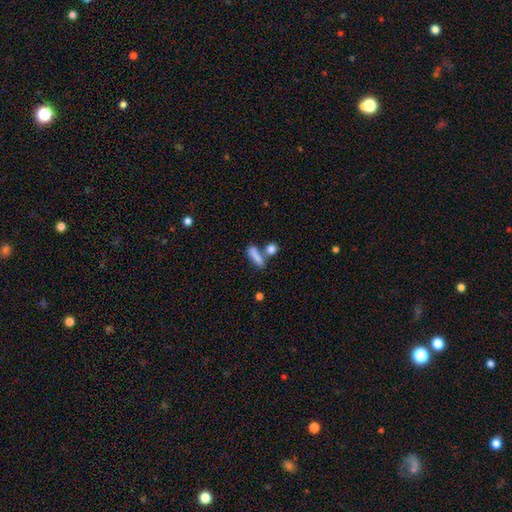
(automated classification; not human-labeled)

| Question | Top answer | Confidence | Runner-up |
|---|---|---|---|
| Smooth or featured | smooth | 78% | featured or disk (12%) |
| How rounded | in between | 45% | tied: cigar-shaped (45%) |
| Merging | none | 44% | merger (36%) |